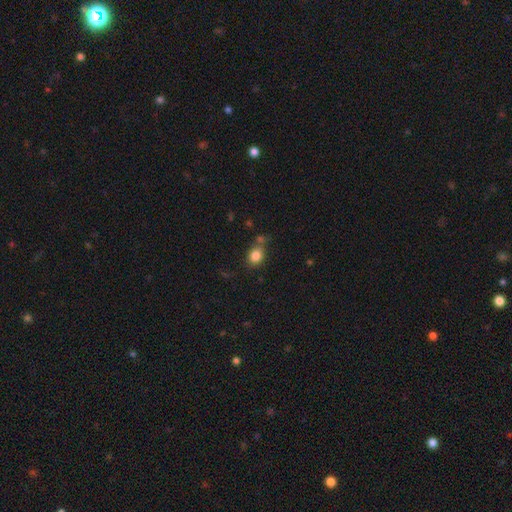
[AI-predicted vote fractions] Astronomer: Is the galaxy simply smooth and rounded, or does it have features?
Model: smooth — 83%.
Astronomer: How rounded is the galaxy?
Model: round — 54% (runner-up: in between, 45%).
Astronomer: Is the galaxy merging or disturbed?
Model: none — 65%.